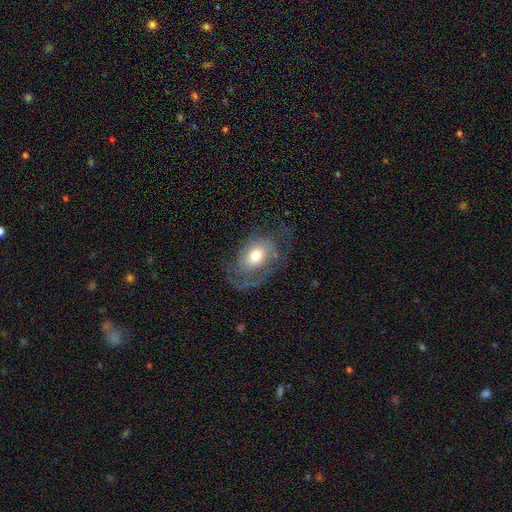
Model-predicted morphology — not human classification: Overall: featured or disk (58%; smooth 34%). Edge-on disk: no (95%). Bar: no (76%). Spiral arms: yes (71%). Bulge size: moderate (65%). Merging: none (47%; major disturbance 29%).